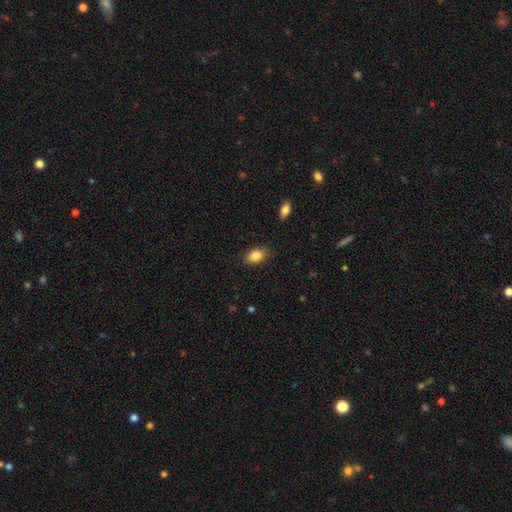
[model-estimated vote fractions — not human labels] Smooth or featured?
  - smooth: 86% *
  - star or artifact: 8%
  - featured or disk: 6%
How rounded?
  - in between: 86% *
  - round: 12%
  - cigar-shaped: 2%
Merging?
  - none: 86% *
  - minor disturbance: 10%
  - major disturbance: 3%
  - merger: 1%